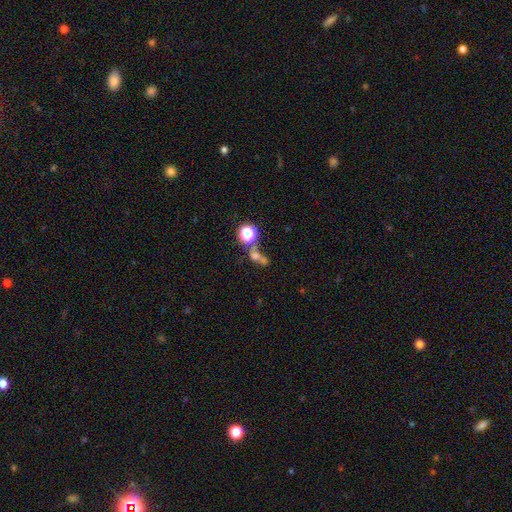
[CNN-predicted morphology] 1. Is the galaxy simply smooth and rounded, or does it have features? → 51% smooth, 30% star or artifact, 19% featured or disk.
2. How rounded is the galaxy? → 59% round, 34% in between, 7% cigar-shaped.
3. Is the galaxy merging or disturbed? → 48% merger, 30% none, 12% major disturbance, 9% minor disturbance.